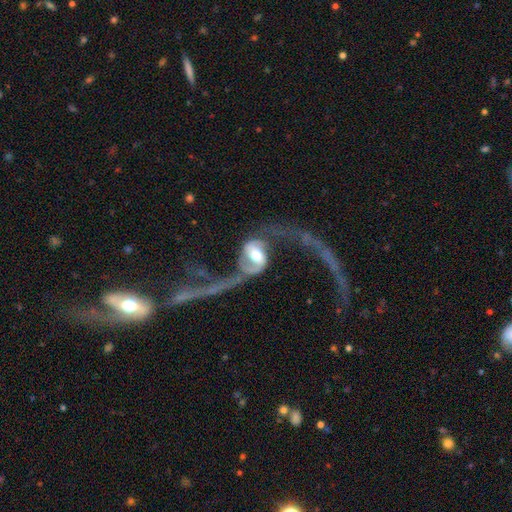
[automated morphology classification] Smooth or featured?
  - featured or disk: 80% *
  - smooth: 15%
  - star or artifact: 5%
Edge-on disk?
  - no: 95% *
  - yes: 5%
Bar?
  - weak: 39% *
  - no: 31%
  - strong: 30%
Spiral arms?
  - yes: 83% *
  - no: 17%
Spiral winding?
  - loose: 76% *
  - medium: 18%
  - tight: 7%
Spiral arm count?
  - 2: 90% *
  - 1: 4%
  - can't tell: 3%
  - 3: 1%
  - 4: 1%
  - more than 4: 1%
Bulge size?
  - moderate: 68% *
  - large: 20%
  - small: 8%
  - dominant: 2%
  - none: 1%
Merging?
  - major disturbance: 48% *
  - none: 28%
  - merger: 12%
  - minor disturbance: 12%